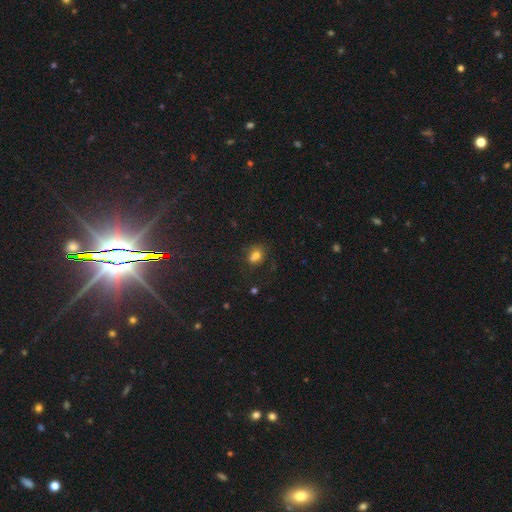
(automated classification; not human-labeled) smooth-or-featured: smooth: 72% | star or artifact: 17% | featured or disk: 11%
  how-rounded: round: 49% (tied) | in between: 49% (tied) | cigar-shaped: 2%
  merging: none: 47% | merger: 24% | minor disturbance: 19% | major disturbance: 10%